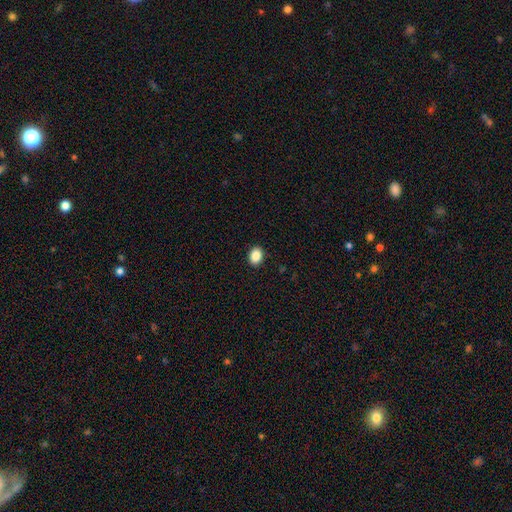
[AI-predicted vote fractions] Morphology: type=smooth (88%); roundness=in between (68%); merging=none (91%).